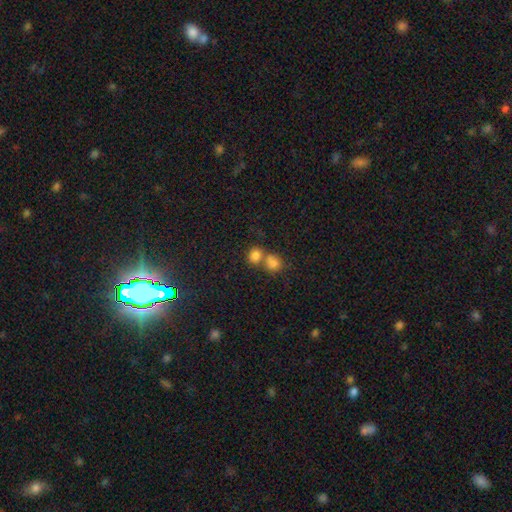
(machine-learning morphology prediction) A smooth galaxy with no disk features (80%) that is round (71%).

Vote fractions:
- Smooth or featured? smooth: 80% / star or artifact: 12% / featured or disk: 8%
- How rounded? round: 71% / in between: 28% / cigar-shaped: 1%
- Merging? merger: 49% / none: 41% / minor disturbance: 7% / major disturbance: 3%